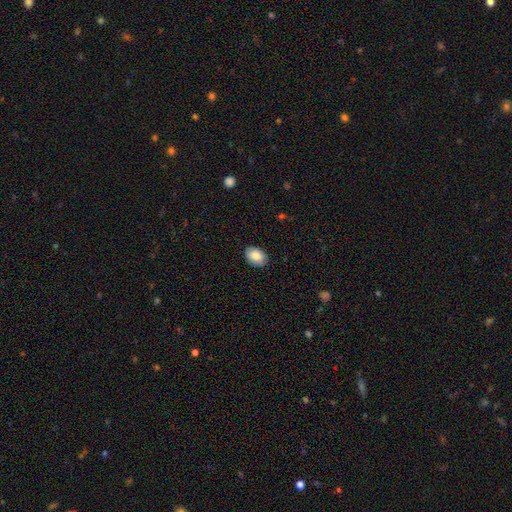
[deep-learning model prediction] Smooth or featured? smooth (86%)
How rounded? in between (82%)
Merging? none (87%)